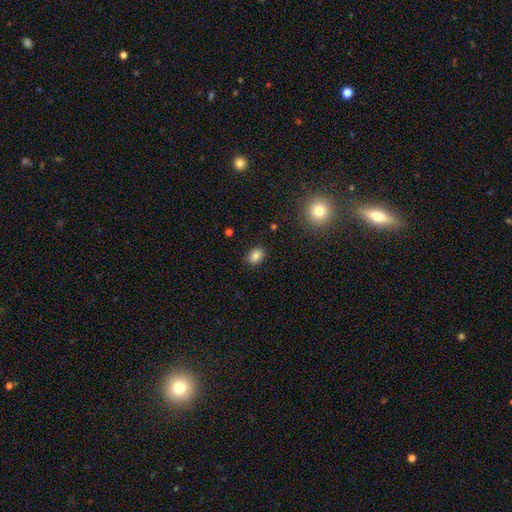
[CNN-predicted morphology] A smooth galaxy with no disk features (85%) that is in between round and cigar-shaped (77%).

Vote fractions:
- Smooth or featured? smooth: 85% / star or artifact: 11% / featured or disk: 5%
- How rounded? in between: 77% / round: 22% / cigar-shaped: 1%
- Merging? none: 86% / minor disturbance: 10% / major disturbance: 3% / merger: 2%